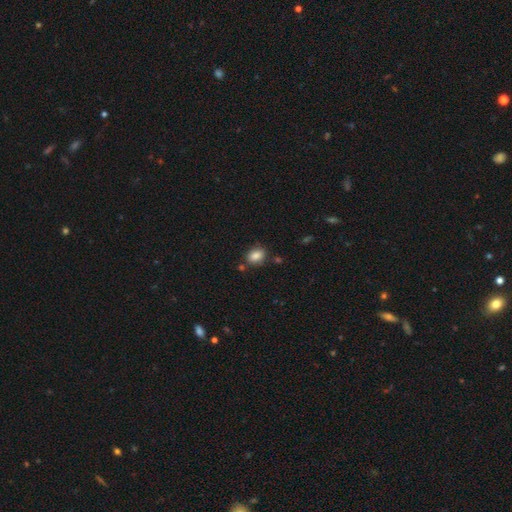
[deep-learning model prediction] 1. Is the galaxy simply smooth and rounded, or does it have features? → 85% smooth, 9% star or artifact, 6% featured or disk.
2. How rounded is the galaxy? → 71% in between, 28% round, 1% cigar-shaped.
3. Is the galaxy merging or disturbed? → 76% none, 13% minor disturbance, 7% merger, 3% major disturbance.